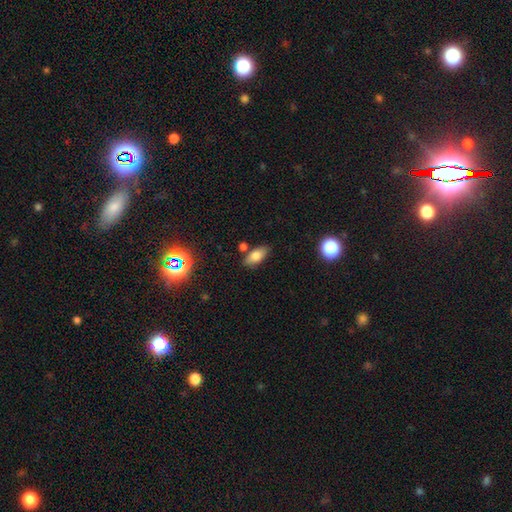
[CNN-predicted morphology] Smooth or featured? smooth (76%)
How rounded? in between (87%)
Merging? none (77%)